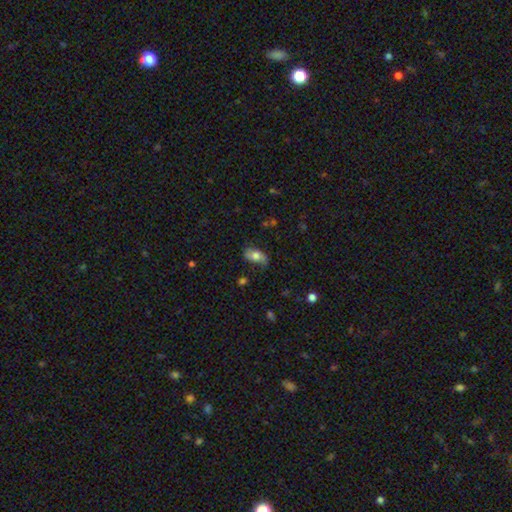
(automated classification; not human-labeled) Smooth or featured: smooth — 71% (featured or disk — 21%)
How rounded: in between — 91% (round — 5%)
Merging: none — 62% (minor disturbance — 28%)